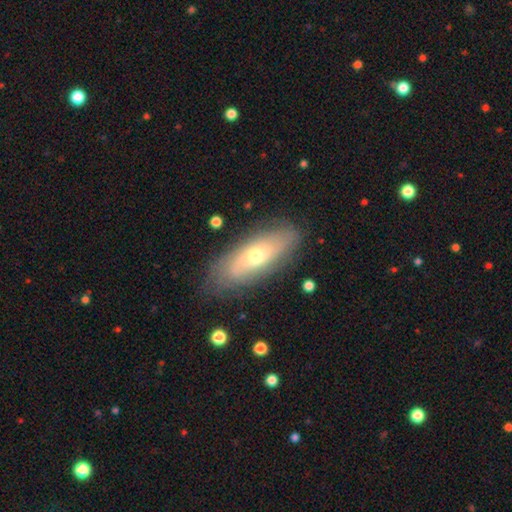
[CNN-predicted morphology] Q: Smooth or featured?
A: featured or disk (52%); runner-up: smooth (41%)
Q: Edge-on disk?
A: no (72%); runner-up: yes (28%)
Q: Merging?
A: none (81%); runner-up: minor disturbance (14%)